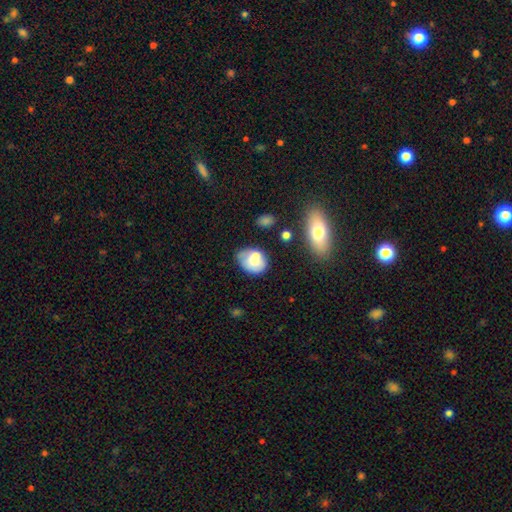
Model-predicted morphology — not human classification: A smooth galaxy with no disk features (69%) that is in between round and cigar-shaped (63%).

Vote fractions:
- Smooth or featured? smooth: 69% / featured or disk: 23% / star or artifact: 8%
- How rounded? in between: 63% / round: 36% / cigar-shaped: 1%
- Merging? none: 48% / minor disturbance: 28% / merger: 15% / major disturbance: 9%